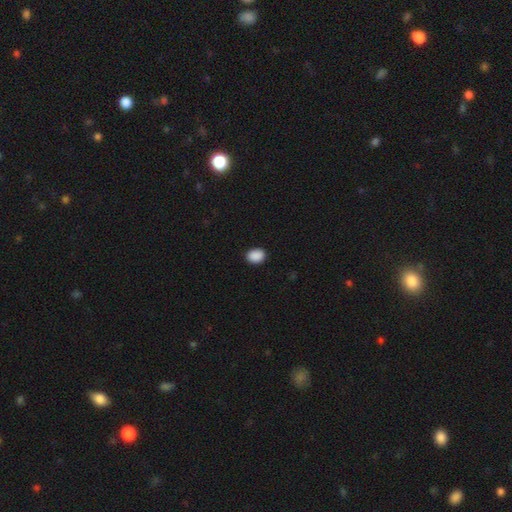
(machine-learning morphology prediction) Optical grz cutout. It shows a smooth galaxy with no disk features (90%) that is in between round and cigar-shaped (58%). Merging: none (89%).